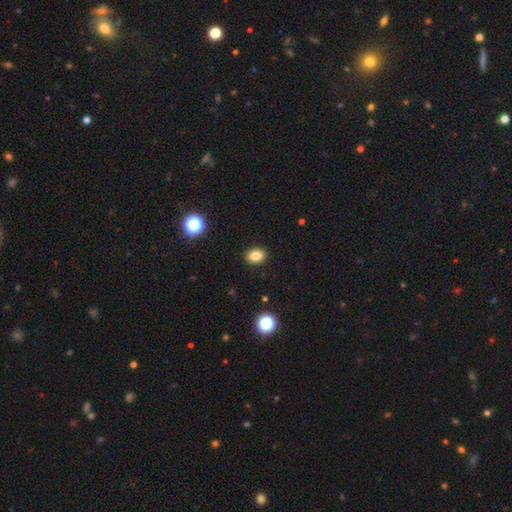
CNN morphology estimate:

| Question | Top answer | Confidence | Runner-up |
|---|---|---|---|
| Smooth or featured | smooth | 82% | star or artifact (11%) |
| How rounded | in between | 67% | round (32%) |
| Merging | none | 91% | minor disturbance (6%) |